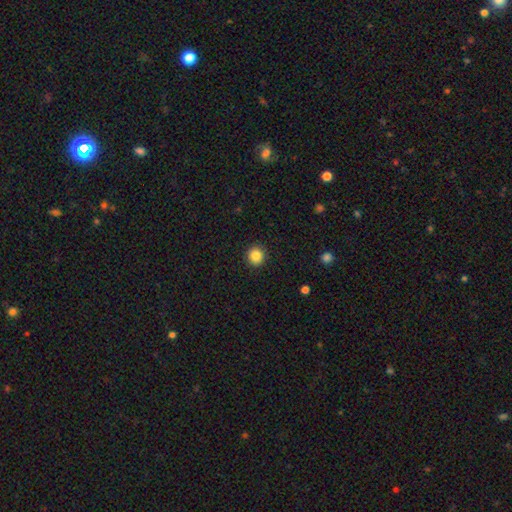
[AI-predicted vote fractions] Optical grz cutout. It shows a smooth galaxy with no disk features (86%) that is round (93%). Merging: none (92%).